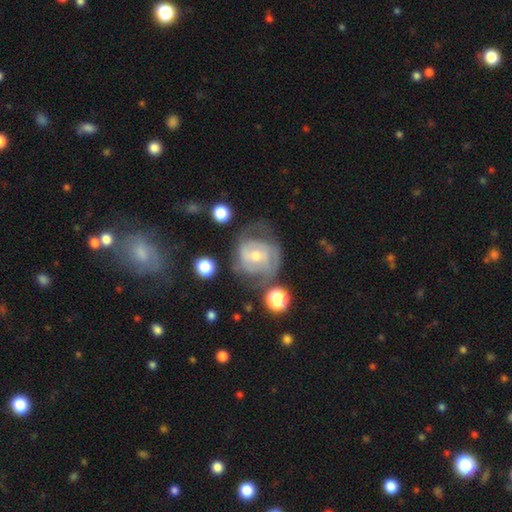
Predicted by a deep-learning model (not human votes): This appears to be a featured or disk galaxy (69%) with no bar (51%), 2 (44%) tight (46%) spiral arms (78%) and a moderate central bulge (50%). Merging: none (45%).